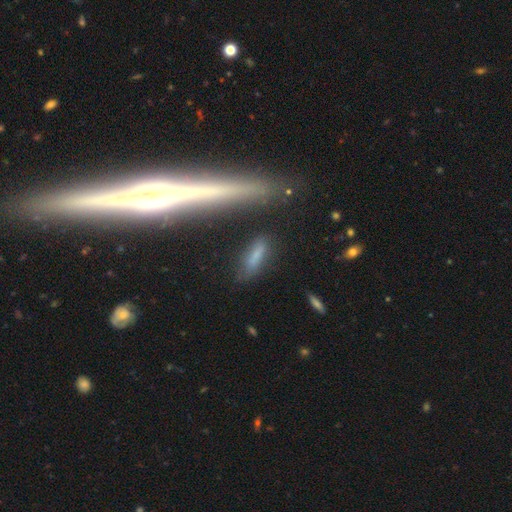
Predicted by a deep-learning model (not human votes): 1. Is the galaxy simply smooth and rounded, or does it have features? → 67% smooth, 22% featured or disk, 11% star or artifact.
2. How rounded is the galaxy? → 62% cigar-shaped, 34% in between, 4% round.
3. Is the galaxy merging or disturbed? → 73% none, 17% minor disturbance, 6% major disturbance, 5% merger.